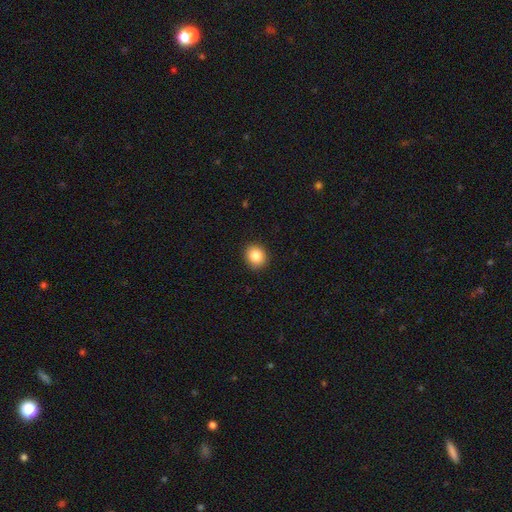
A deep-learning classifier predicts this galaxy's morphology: This is clearly a smooth galaxy (85%). How rounded: likely round (78%). Merging: clearly none (90%).